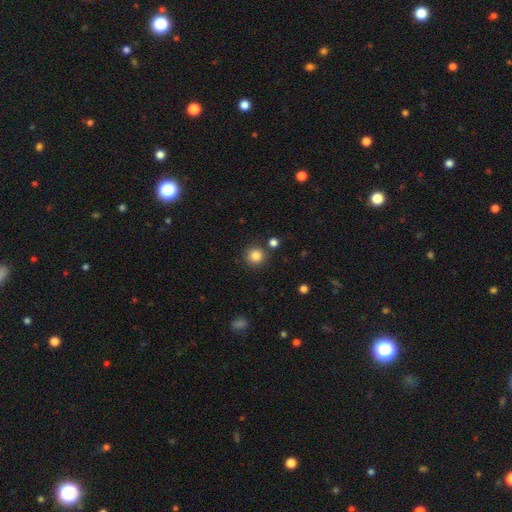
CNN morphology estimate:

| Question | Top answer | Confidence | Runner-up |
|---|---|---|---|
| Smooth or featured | smooth | 85% | star or artifact (11%) |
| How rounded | round | 93% | in between (6%) |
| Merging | none | 85% | minor disturbance (7%) |